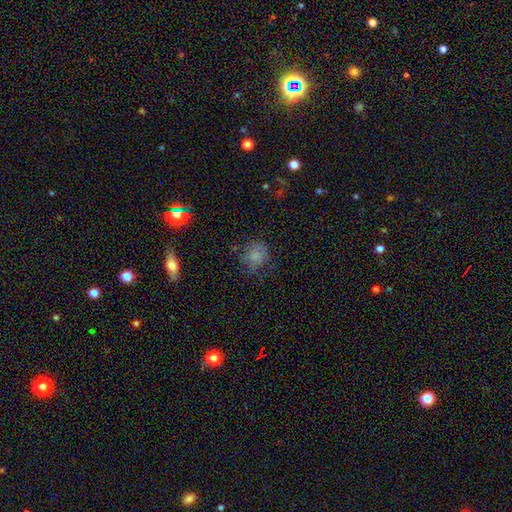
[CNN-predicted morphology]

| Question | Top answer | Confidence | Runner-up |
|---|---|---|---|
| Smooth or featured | smooth | 72% | star or artifact (15%) |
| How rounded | round | 74% | in between (25%) |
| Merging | none | 62% | minor disturbance (23%) |